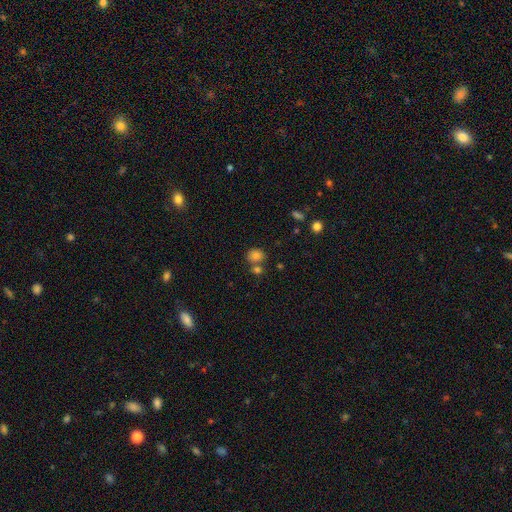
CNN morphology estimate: The model was most divided on "merging": none: 63%, merger: 24%, minor disturbance: 10%, major disturbance: 3%. More confident: smooth or featured — smooth (79%); how rounded — round (73%).